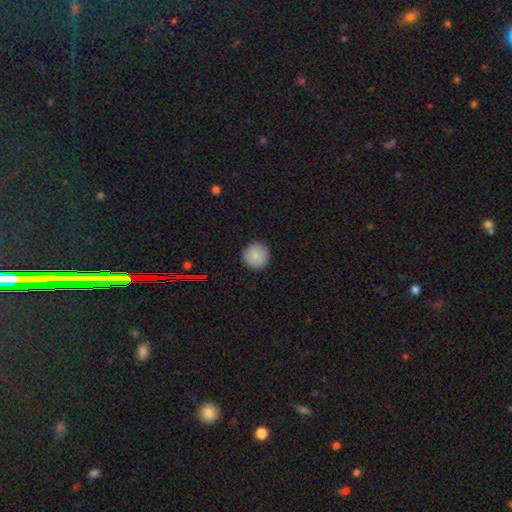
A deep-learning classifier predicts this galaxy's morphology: Q: Smooth or featured?
A: smooth (87%); runner-up: star or artifact (9%)
Q: How rounded?
A: round (96%); runner-up: in between (3%)
Q: Merging?
A: none (91%); runner-up: minor disturbance (6%)